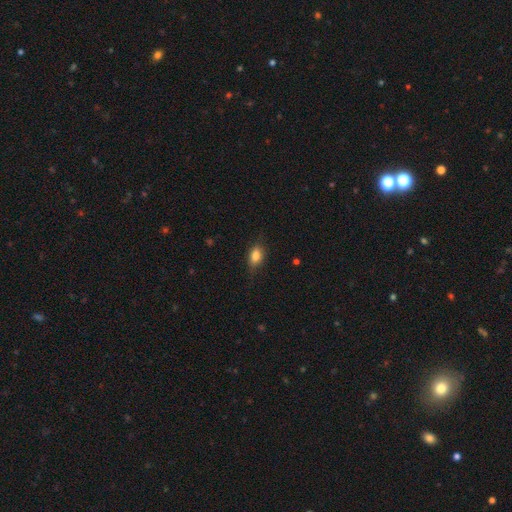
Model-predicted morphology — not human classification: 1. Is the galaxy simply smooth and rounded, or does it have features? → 82% smooth, 9% featured or disk, 9% star or artifact.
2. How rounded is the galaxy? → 84% in between, 11% round, 5% cigar-shaped.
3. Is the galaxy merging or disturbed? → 74% none, 20% minor disturbance, 5% major disturbance, 1% merger.